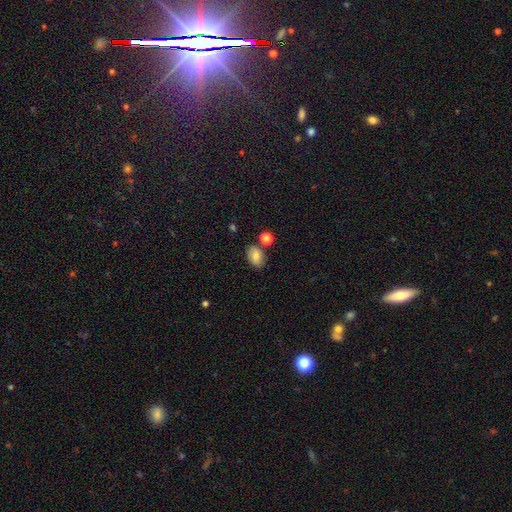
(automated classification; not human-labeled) Morphology: type=smooth (78%); roundness=in between (80%); merging=none (75%).